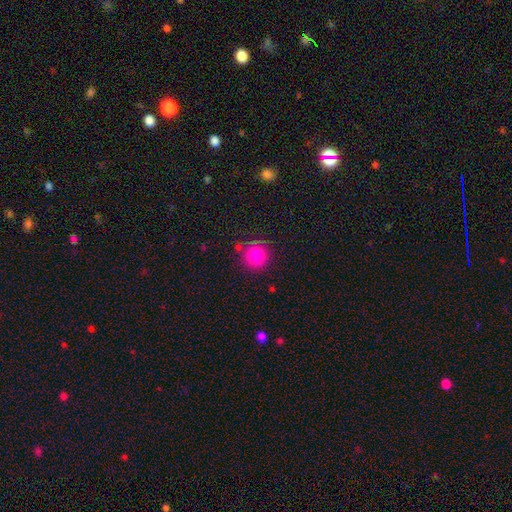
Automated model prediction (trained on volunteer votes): Smooth or featured? smooth (81%)
How rounded? round (92%)
Merging? none (77%)